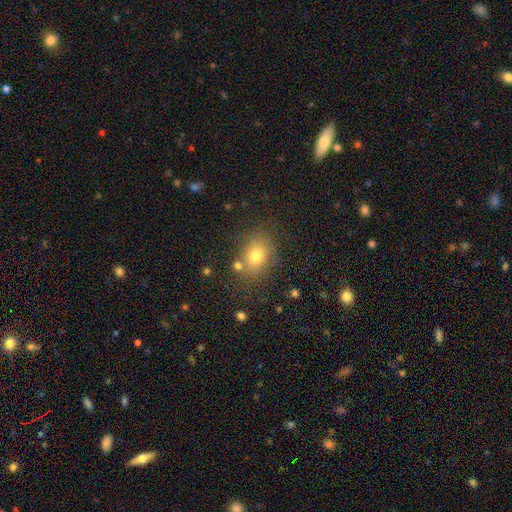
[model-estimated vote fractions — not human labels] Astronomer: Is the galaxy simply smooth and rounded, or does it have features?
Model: smooth — 75%.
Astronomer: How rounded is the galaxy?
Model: in between — 67%.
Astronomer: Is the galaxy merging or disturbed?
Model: none — 72%.